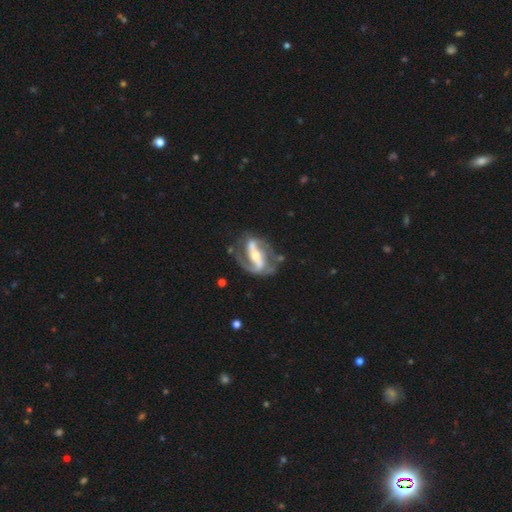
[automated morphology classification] Overall: featured or disk (89%). Edge-on disk: no (96%). Bar: strong (65%). Spiral arms: yes (94%). Spiral arm count: 2 (87%). Spiral winding: medium (49%; loose 26%). Bulge size: moderate (57%; small 35%). Merging: none (66%).